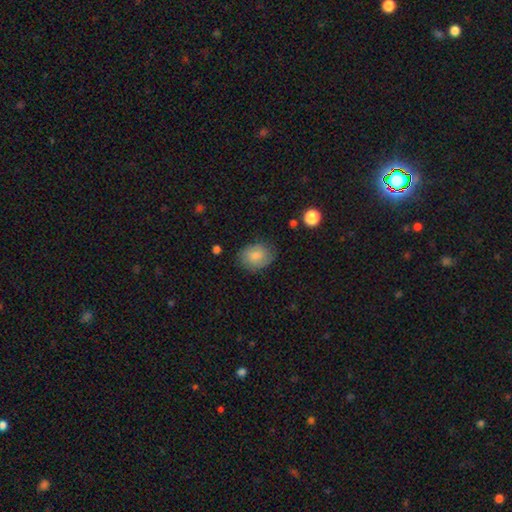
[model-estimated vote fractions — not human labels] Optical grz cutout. It shows a smooth galaxy with no disk features (80%) that is in between round and cigar-shaped (61%). Merging: none (74%).